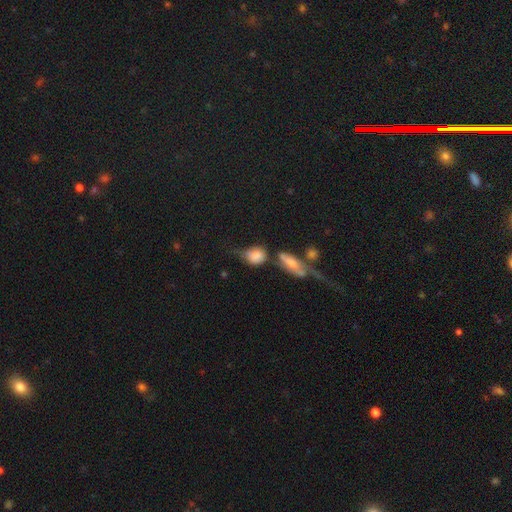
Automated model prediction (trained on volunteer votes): Morphology: type=smooth (74%); roundness=round (53%); merging=none (30%).